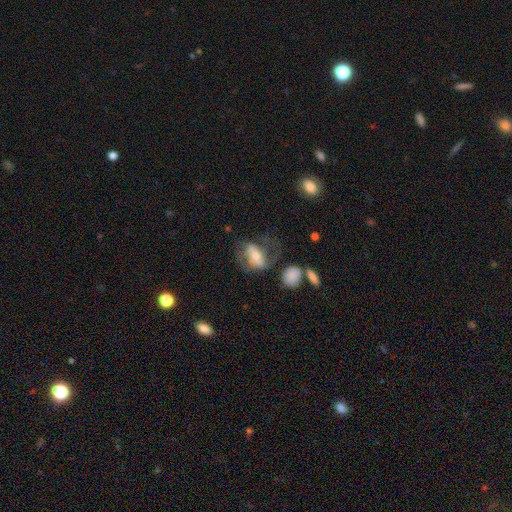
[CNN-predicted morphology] Smooth or featured?
  - featured or disk: 60% *
  - smooth: 32%
  - star or artifact: 8%
Edge-on disk?
  - no: 94% *
  - yes: 6%
Bar?
  - strong: 38% *
  - no: 31%
  - weak: 31%
Spiral arms?
  - yes: 71% *
  - no: 29%
Bulge size?
  - moderate: 50% *
  - small: 39%
  - large: 7%
  - none: 2%
  - dominant: 2%
Merging?
  - none: 48% *
  - major disturbance: 27%
  - minor disturbance: 20%
  - merger: 5%